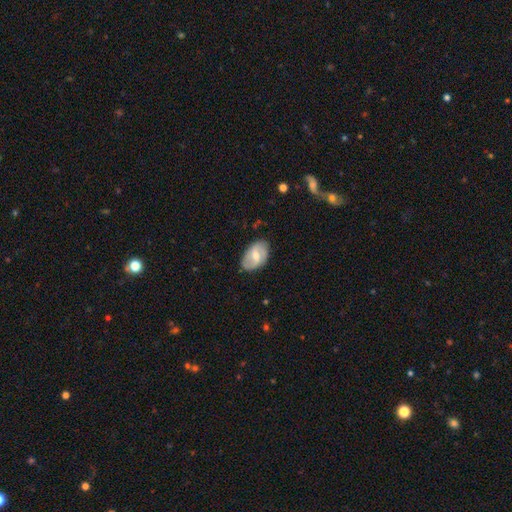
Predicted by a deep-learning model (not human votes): The model was most divided on "bulge size": moderate: 53%, small: 40%, none: 3%, large: 3%, dominant: 1%. More confident: edge-on disk — no (95%); merging — none (78%); spiral arms — yes (75%); smooth or featured — featured or disk (57%); bar — weak (55%).